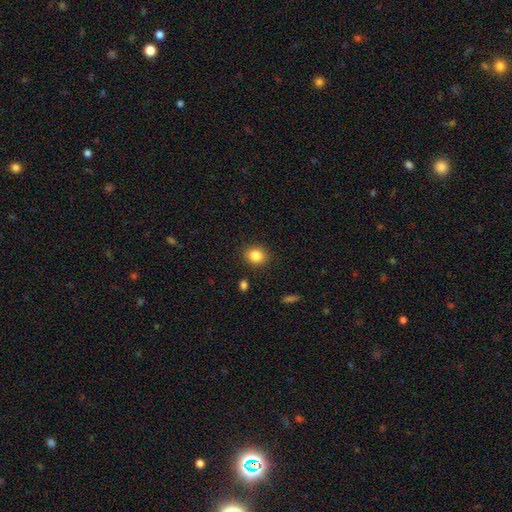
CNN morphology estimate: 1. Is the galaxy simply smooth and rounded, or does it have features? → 85% smooth, 10% star or artifact, 5% featured or disk.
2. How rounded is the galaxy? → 64% round, 35% in between, 1% cigar-shaped.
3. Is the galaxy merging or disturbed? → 88% none, 8% minor disturbance, 2% major disturbance, 2% merger.